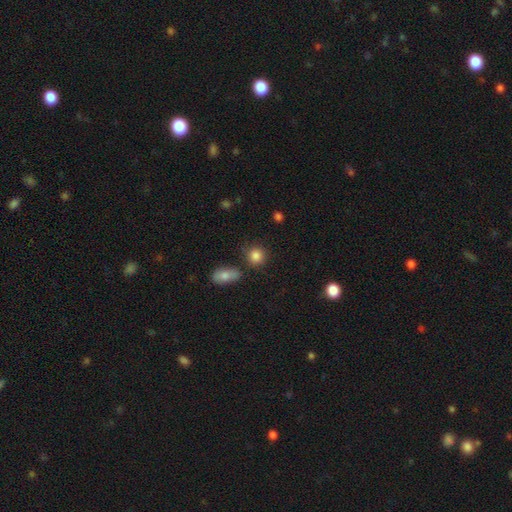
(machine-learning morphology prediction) This appears to be a smooth galaxy with no disk features (85%) that is round (85%). Merging: none (76%).